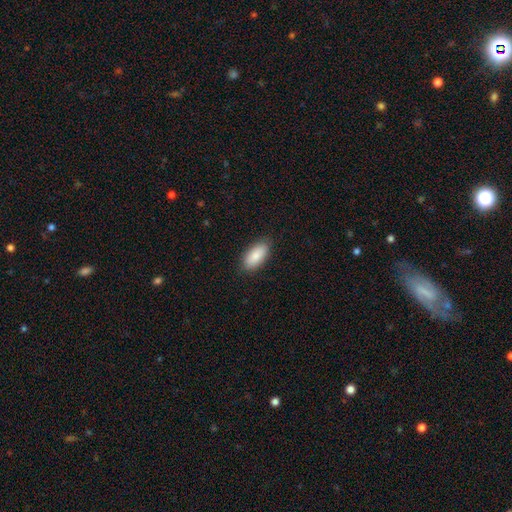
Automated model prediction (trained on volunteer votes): smooth-or-featured: smooth: 87% | featured or disk: 7% | star or artifact: 6%
  how-rounded: in between: 92% | cigar-shaped: 6% | round: 2%
  merging: none: 86% | minor disturbance: 11% | major disturbance: 2% | merger: 1%